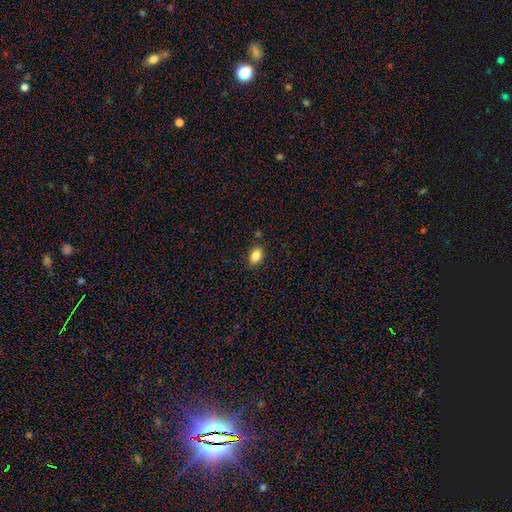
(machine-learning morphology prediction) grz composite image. It shows a smooth galaxy with no disk features (85%) that is in between round and cigar-shaped (82%). Merging: none (86%).